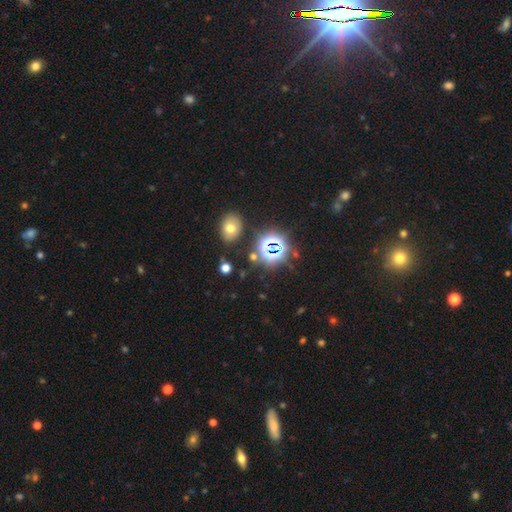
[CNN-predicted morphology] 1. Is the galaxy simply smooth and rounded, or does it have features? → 63% star or artifact, 26% smooth, 11% featured or disk.